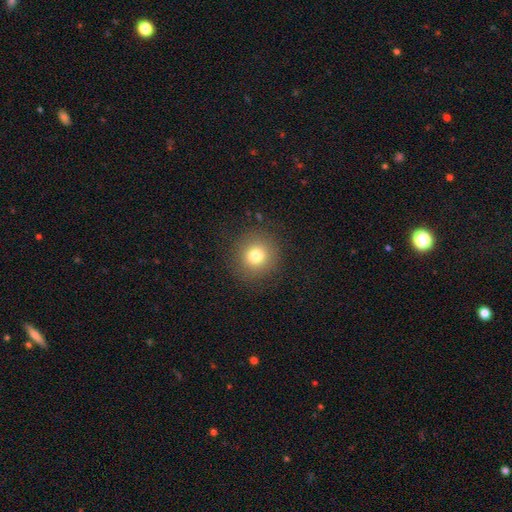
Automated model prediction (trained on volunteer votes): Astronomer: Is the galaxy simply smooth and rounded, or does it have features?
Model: smooth — 77%.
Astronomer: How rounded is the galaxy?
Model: round — 92%.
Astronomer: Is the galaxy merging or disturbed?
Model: none — 88%.